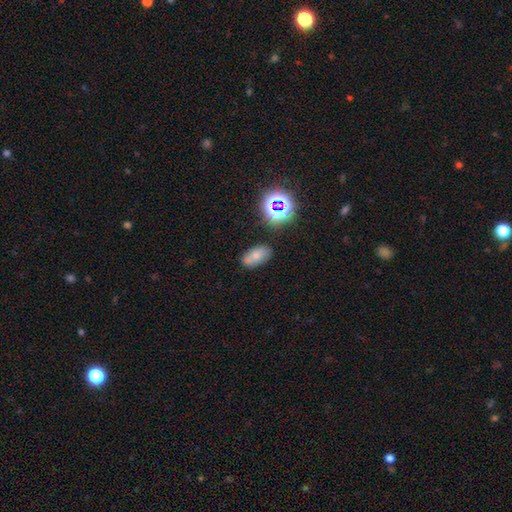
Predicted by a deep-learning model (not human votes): A smooth galaxy with no disk features (68%) that is in between round and cigar-shaped (90%). Merging: none (70%).